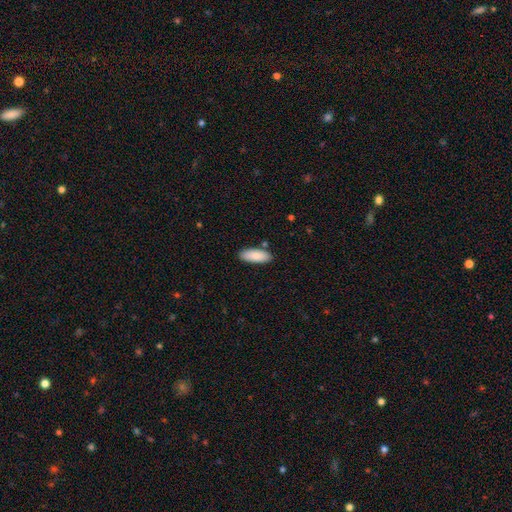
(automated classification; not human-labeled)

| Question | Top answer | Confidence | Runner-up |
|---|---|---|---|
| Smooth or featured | smooth | 87% | featured or disk (8%) |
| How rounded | in between | 80% | cigar-shaped (18%) |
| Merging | none | 86% | minor disturbance (9%) |